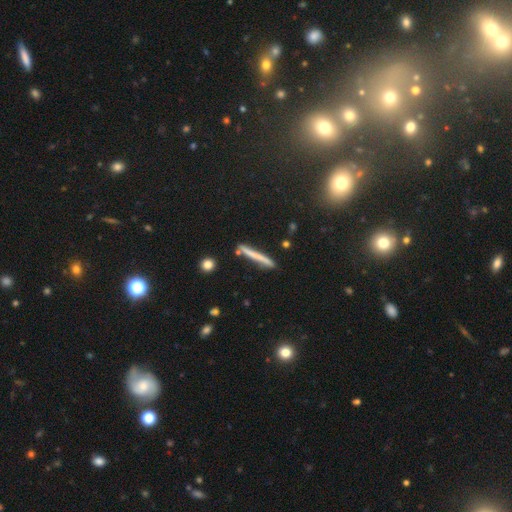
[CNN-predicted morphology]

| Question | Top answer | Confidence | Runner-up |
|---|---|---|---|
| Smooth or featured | smooth | 56% | featured or disk (36%) |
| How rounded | cigar-shaped | 96% | in between (3%) |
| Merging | none | 84% | minor disturbance (10%) |